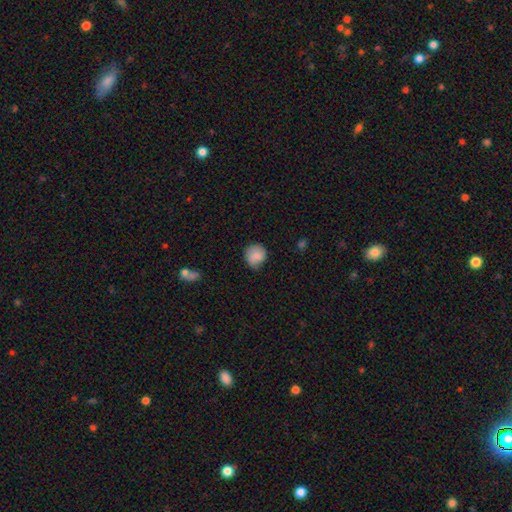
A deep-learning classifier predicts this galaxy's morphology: Smooth or featured? Predicted: smooth (p=0.82). How rounded? Predicted: round (p=0.85). Merging? Predicted: none (p=0.68).